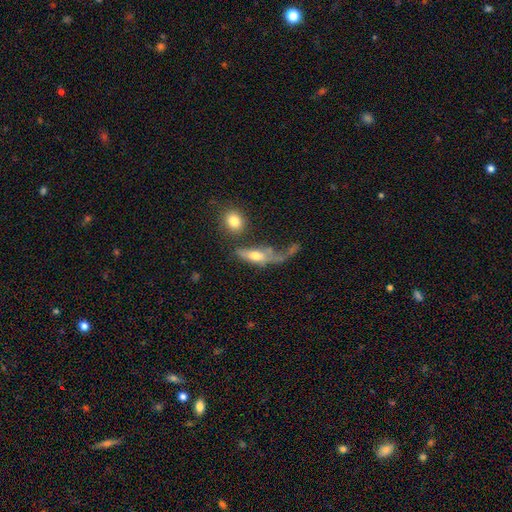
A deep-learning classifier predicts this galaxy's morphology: This is possibly a smooth galaxy (53%). How rounded: likely in between (63%). Merging: marginally major disturbance (41%).